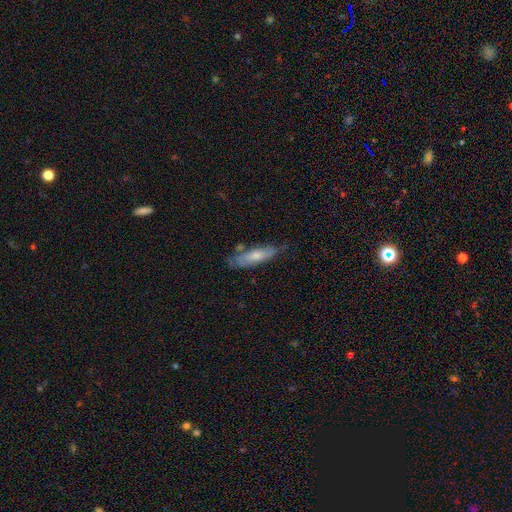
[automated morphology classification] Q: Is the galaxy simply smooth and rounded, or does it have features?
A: smooth — 61%.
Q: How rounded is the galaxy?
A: cigar-shaped — 60%.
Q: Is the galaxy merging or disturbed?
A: none — 66%.